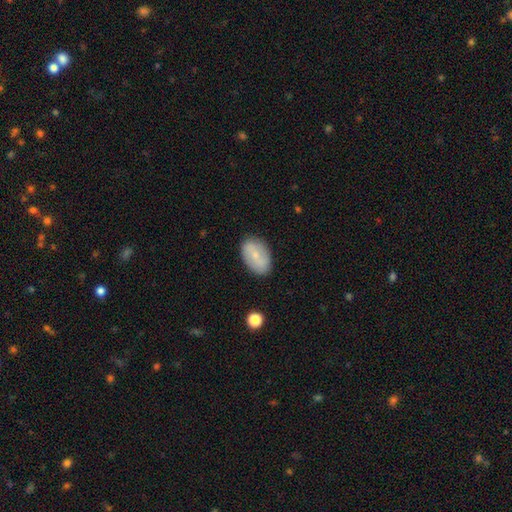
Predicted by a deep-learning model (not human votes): This is possibly a smooth galaxy (54%). How rounded: clearly in between (90%). Merging: clearly none (85%).